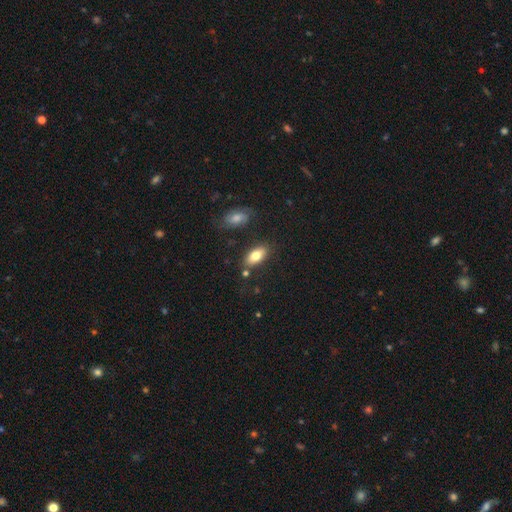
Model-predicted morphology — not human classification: Smooth or featured? smooth (78%)
How rounded? in between (88%)
Merging? none (79%)